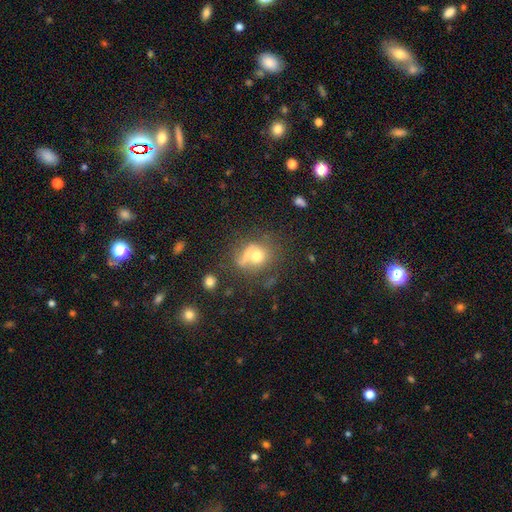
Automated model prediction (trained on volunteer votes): smooth 63%, featured or disk 23%, star or artifact 14%. Down the decision tree: how rounded — round (70%); merging — none (35%).